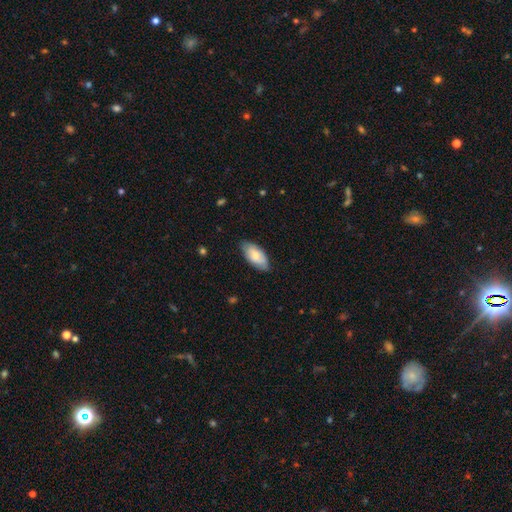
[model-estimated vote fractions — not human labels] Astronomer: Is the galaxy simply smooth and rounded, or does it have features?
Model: smooth — 68%.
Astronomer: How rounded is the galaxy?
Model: in between — 93%.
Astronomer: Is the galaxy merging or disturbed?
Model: none — 78%.